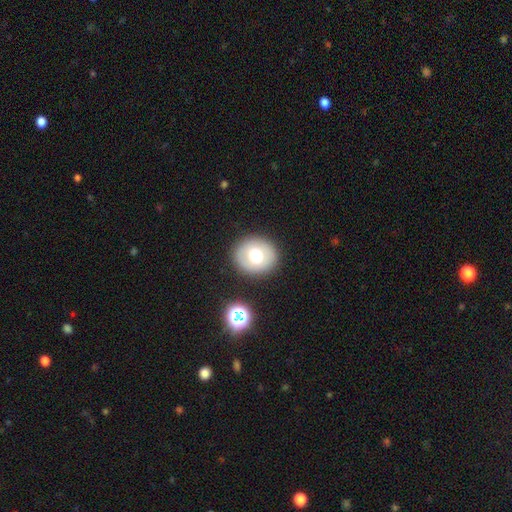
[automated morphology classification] type=smooth (66%); roundness=round (75%); merging=none (88%).